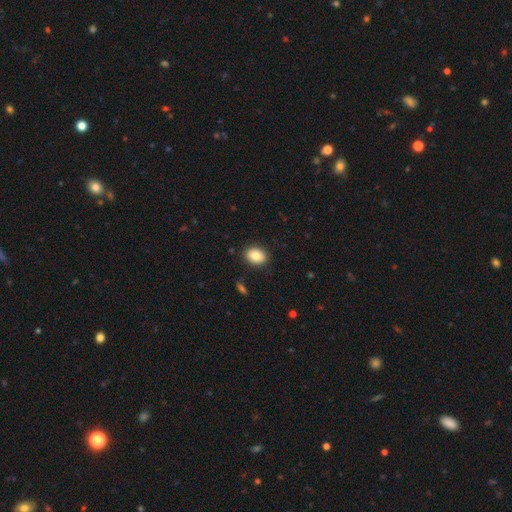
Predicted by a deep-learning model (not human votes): Smooth or featured? smooth (83%)
How rounded? in between (61%)
Merging? none (88%)